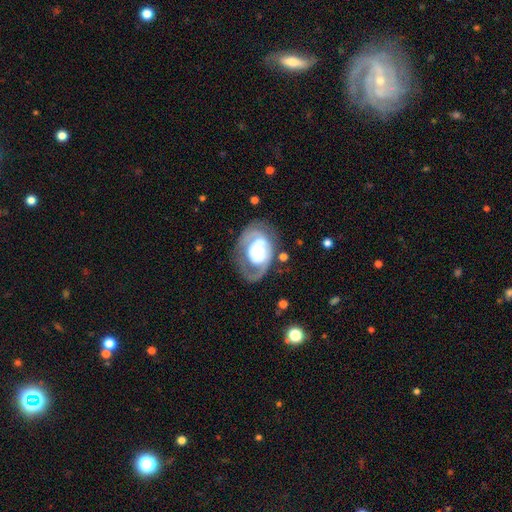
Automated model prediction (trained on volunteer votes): smooth_or_featured: featured or disk (p=0.72) [alt: smooth p=0.22]
disk_edge_on: no (p=0.97) [alt: yes p=0.03]
bar: no (p=0.77) [alt: weak p=0.18]
has_spiral_arms: yes (p=0.74) [alt: no p=0.26]
spiral_winding: tight (p=0.49) [alt: medium p=0.33]
spiral_arm_count: 2 (p=0.39) [alt: 1 p=0.32]
bulge_size: small (p=0.32) [alt: moderate p=0.30]
merging: none (p=0.50) [alt: major disturbance p=0.24]